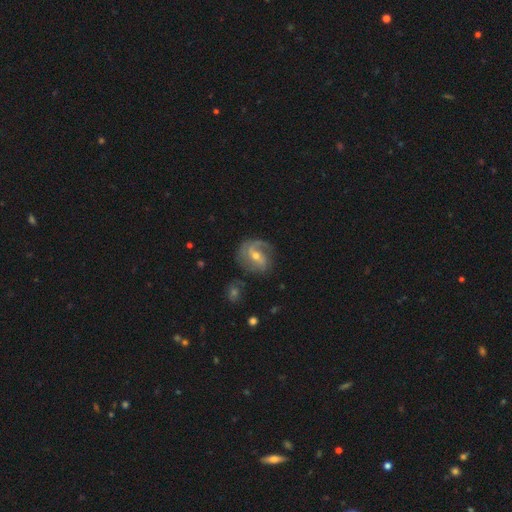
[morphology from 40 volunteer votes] A featured or disk galaxy (95%) with a weak bar (45%), 2 (59%) medium (62%) spiral arms (97%) and a moderate central bulge (58%).

Vote fractions:
- Smooth or featured? featured or disk: 95% / smooth: 5% / star or artifact: 0%
- Edge-on disk? no: 100% / yes: 0%
- Bar? weak: 45% / no: 42% / strong: 13%
- Spiral arms? yes: 97% / no: 3%
- Spiral winding? medium: 62% / loose: 24% / tight: 14%
- Spiral arm count? 2: 59% / 1: 19% / can't tell: 19% / 3: 3% / 4: 0% / more than 4: 0%
- Bulge size? moderate: 58% / small: 34% / none: 5% / large: 3% / dominant: 0%
- Merging? none: 62% / minor disturbance: 38% / major disturbance: 0% / merger: 0%